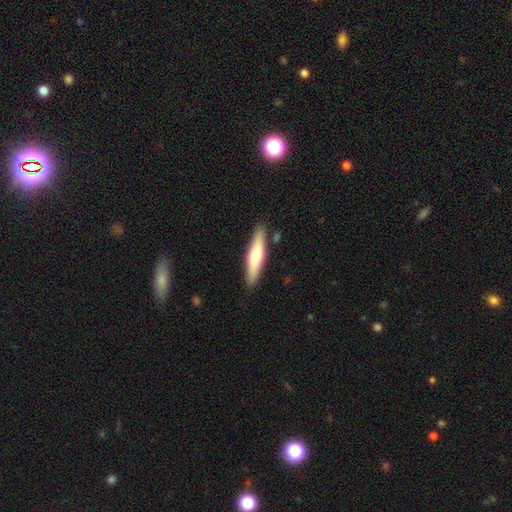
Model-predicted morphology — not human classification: Q: Smooth or featured?
A: smooth (56%); runner-up: featured or disk (39%)
Q: How rounded?
A: cigar-shaped (80%); runner-up: in between (19%)
Q: Merging?
A: none (86%); runner-up: minor disturbance (10%)